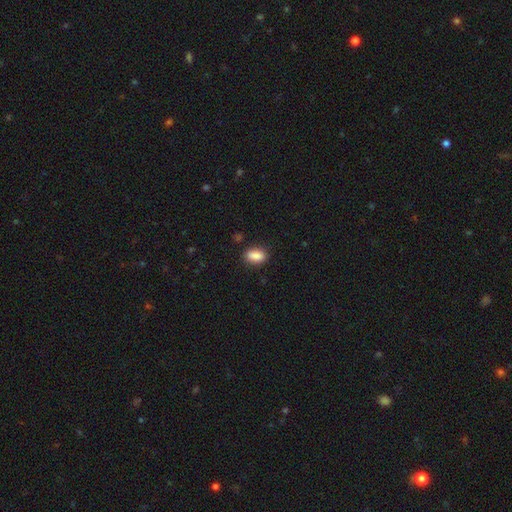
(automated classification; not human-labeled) Smooth or featured?
  - smooth: 88% *
  - star or artifact: 8%
  - featured or disk: 4%
How rounded?
  - in between: 88% *
  - round: 8%
  - cigar-shaped: 4%
Merging?
  - none: 85% *
  - minor disturbance: 11%
  - major disturbance: 2%
  - merger: 2%